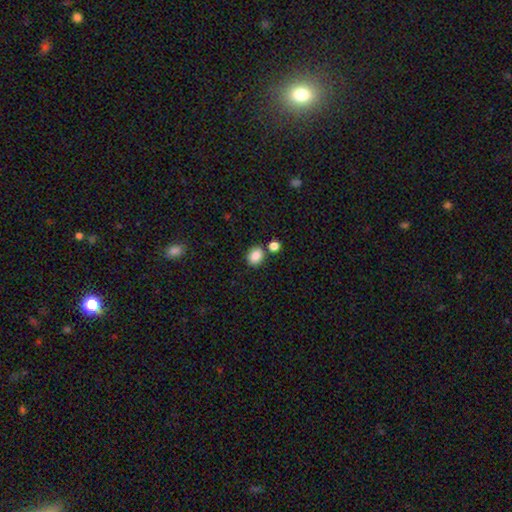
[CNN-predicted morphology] This appears to be a smooth galaxy with no disk features (86%) that is in between round and cigar-shaped (55%). Merging: none (75%).